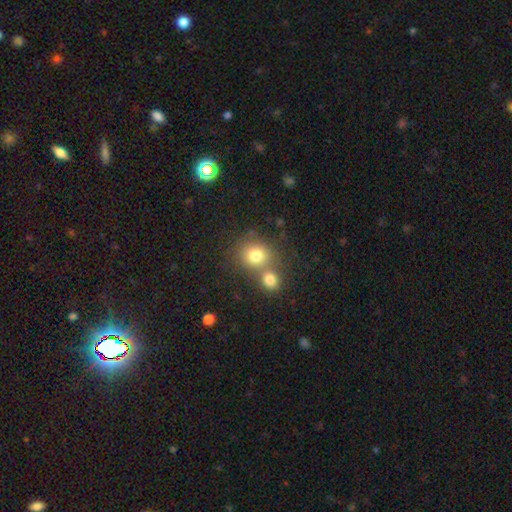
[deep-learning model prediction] The model was most divided on "merging": none: 56%, merger: 34%, minor disturbance: 6%, major disturbance: 3%. More confident: how rounded — round (87%); smooth or featured — smooth (57%).